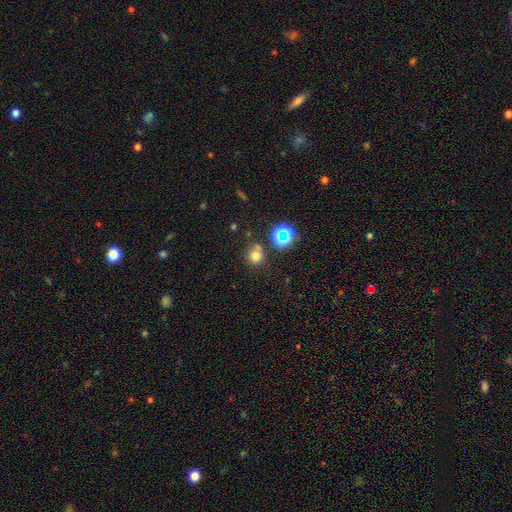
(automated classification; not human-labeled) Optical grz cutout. It shows a smooth galaxy with no disk features (70%) that is round (86%). Merging: none (69%).